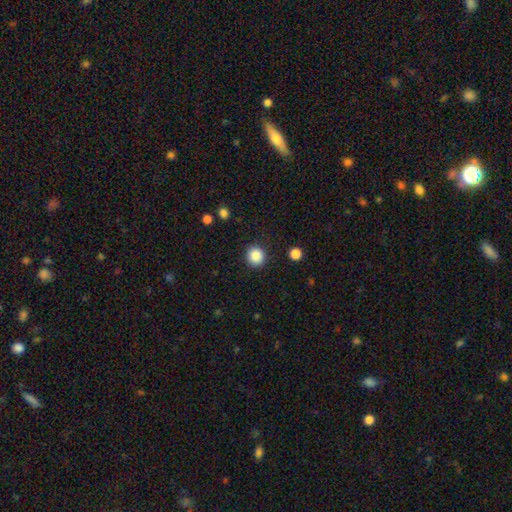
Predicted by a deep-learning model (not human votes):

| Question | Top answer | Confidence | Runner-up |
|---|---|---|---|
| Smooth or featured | smooth | 87% | star or artifact (10%) |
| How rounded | round | 91% | in between (8%) |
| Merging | none | 90% | minor disturbance (6%) |